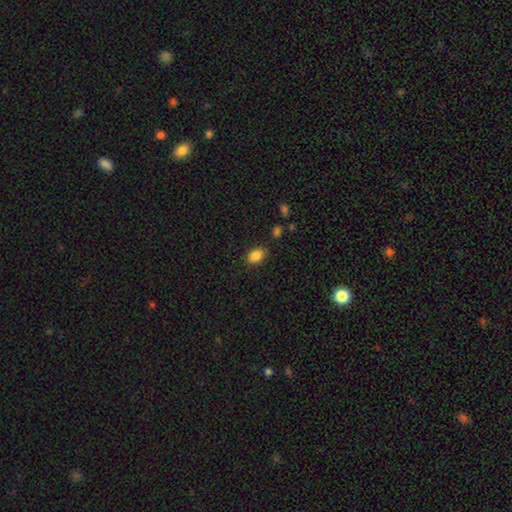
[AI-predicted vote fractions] This appears to be a smooth galaxy with no disk features (86%) that is in between round and cigar-shaped (77%). Merging: none (83%).